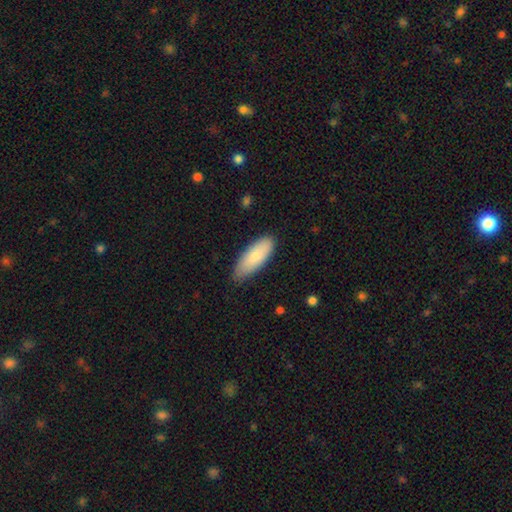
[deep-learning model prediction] Smooth or featured? Predicted: smooth (p=0.84). How rounded? Predicted: in between (p=0.73). Merging? Predicted: none (p=0.81).